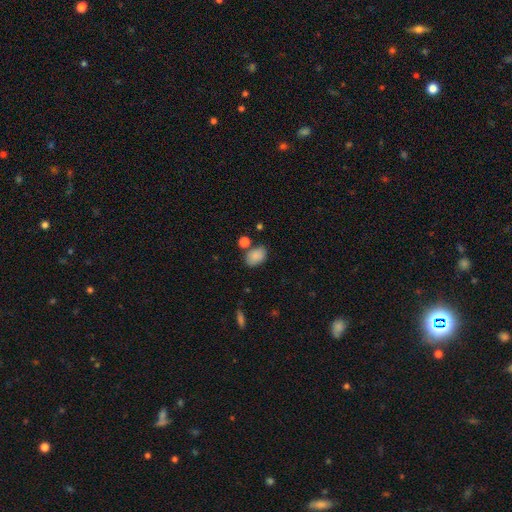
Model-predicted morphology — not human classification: This appears to be a smooth galaxy with no disk features (86%) that is in between round and cigar-shaped (84%). Merging: none (69%).